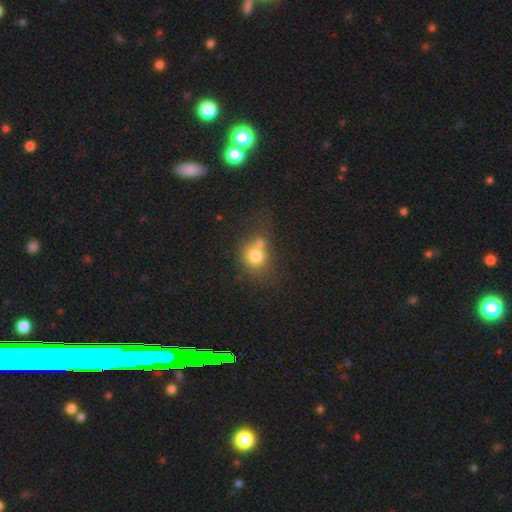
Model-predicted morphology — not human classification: smooth 74%, featured or disk 14%, star or artifact 12%. Down the decision tree: how rounded — round (75%); merging — merger (45%).